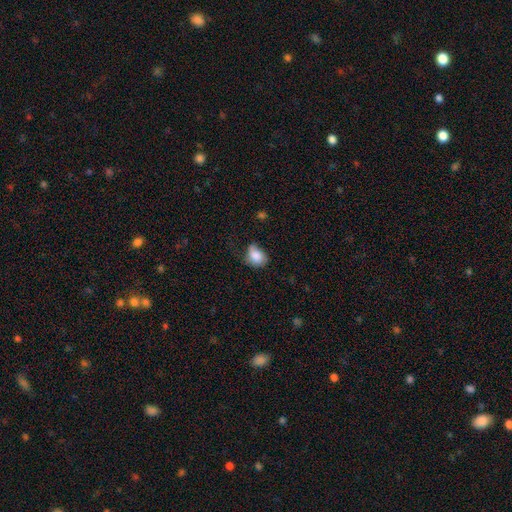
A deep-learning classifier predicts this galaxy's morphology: Overall: smooth (81%). How rounded: in between (66%; round 33%). Merging: none (39%; minor disturbance 38%).